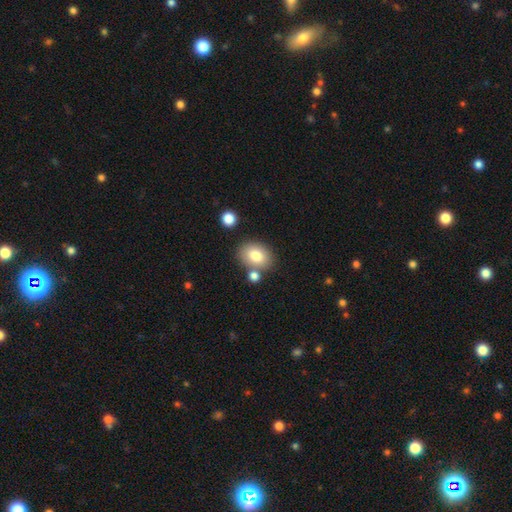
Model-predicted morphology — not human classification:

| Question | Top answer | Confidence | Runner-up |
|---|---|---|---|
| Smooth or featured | smooth | 80% | featured or disk (12%) |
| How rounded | in between | 71% | round (28%) |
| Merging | none | 71% | merger (14%) |